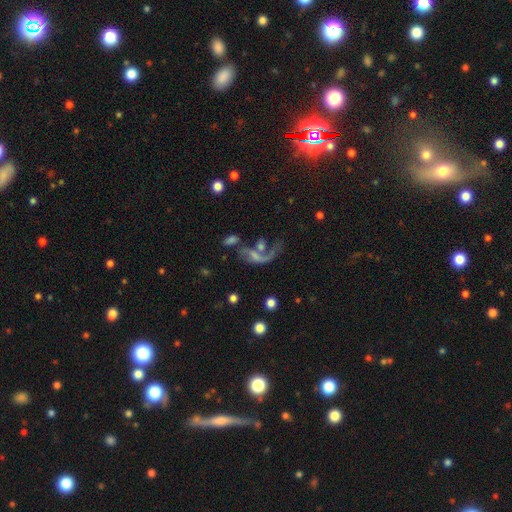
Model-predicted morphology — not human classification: A featured or disk galaxy (61%) with no bar (61%), spiral arms (66%) and no central bulge (37%). Merging: merger (37%).